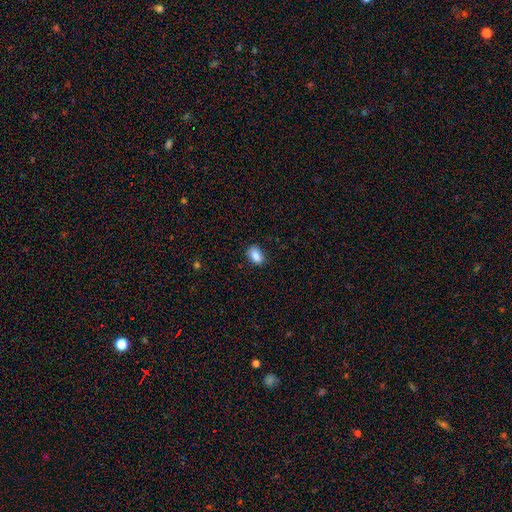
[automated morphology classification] smooth 88%, star or artifact 8%, featured or disk 4%. Down the decision tree: how rounded — in between (86%); merging — none (85%).